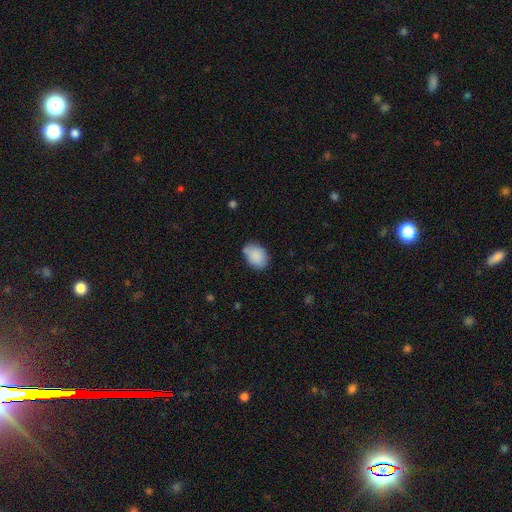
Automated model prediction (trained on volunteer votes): Overall: smooth (88%). How rounded: in between (80%). Merging: none (69%).